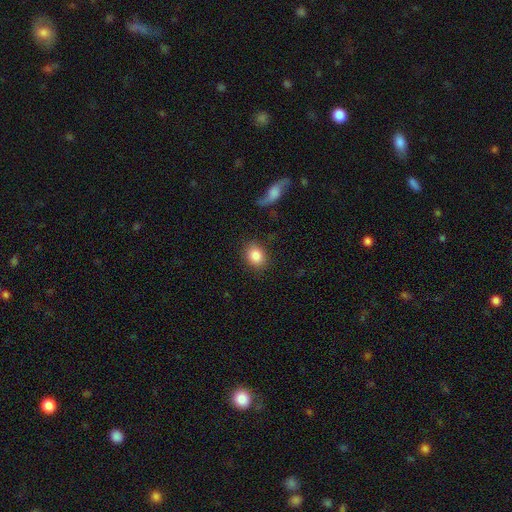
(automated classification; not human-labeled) This appears to be a smooth galaxy with no disk features (86%) that is round (50%). Merging: none (84%).